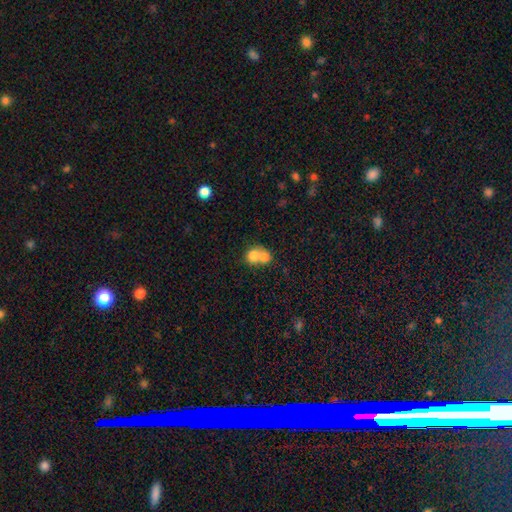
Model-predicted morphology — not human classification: This is likely a smooth galaxy (74%). How rounded: likely round (67%). Merging: likely merger (71%).